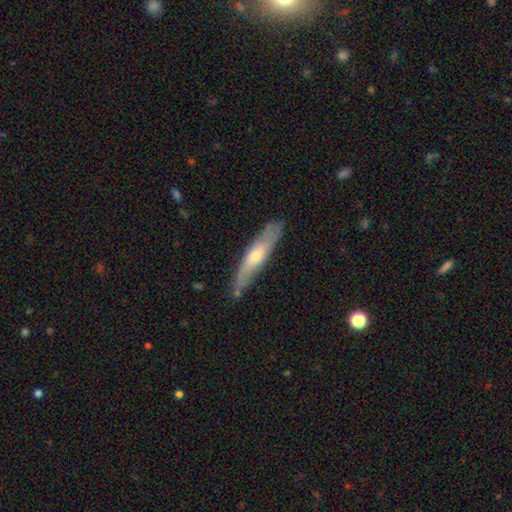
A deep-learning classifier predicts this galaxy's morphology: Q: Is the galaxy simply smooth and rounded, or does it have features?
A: featured or disk — 50%.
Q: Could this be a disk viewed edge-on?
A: yes — 76%.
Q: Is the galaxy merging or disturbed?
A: none — 80%.